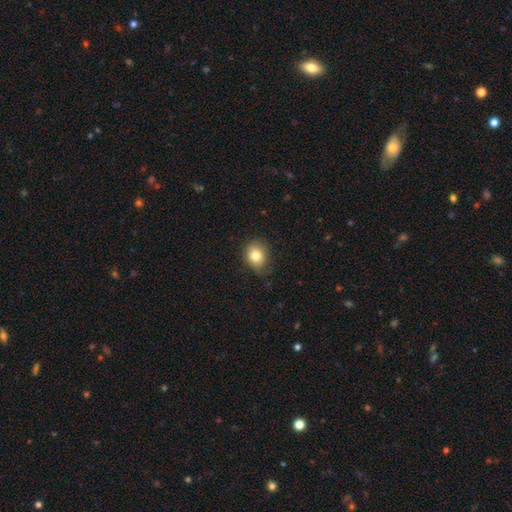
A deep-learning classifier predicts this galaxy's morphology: Smooth or featured: smooth — 81% (star or artifact — 10%)
How rounded: round — 53% (in between — 46%)
Merging: none — 71% (minor disturbance — 24%)